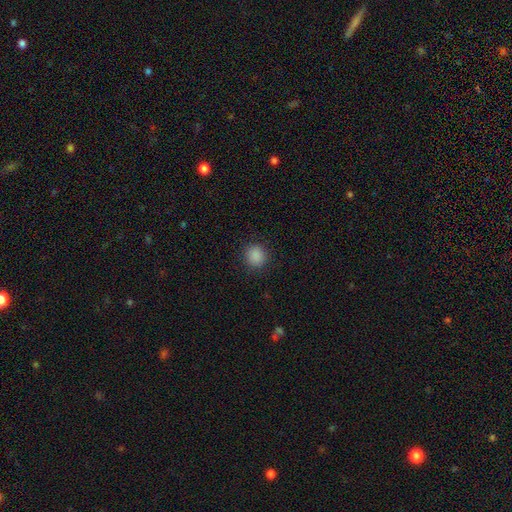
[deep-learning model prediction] smooth-or-featured: smooth: 88% | star or artifact: 10% | featured or disk: 2%
  how-rounded: round: 84% | in between: 15% | cigar-shaped: 1%
  merging: none: 90% | minor disturbance: 7% | major disturbance: 2% | merger: 1%